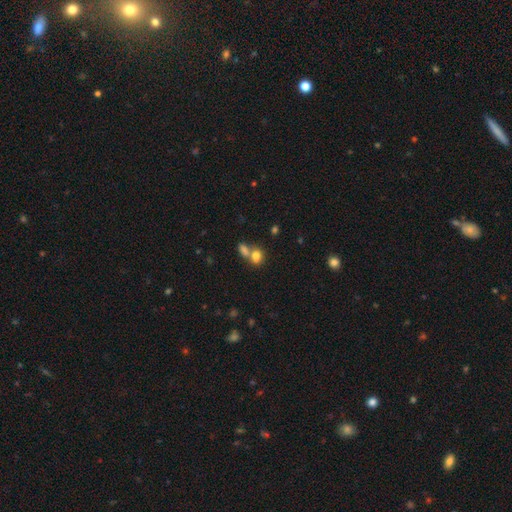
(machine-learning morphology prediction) Smooth or featured: smooth — 77% (featured or disk — 12%)
How rounded: in between — 58% (round — 40%)
Merging: merger — 56% (none — 32%)